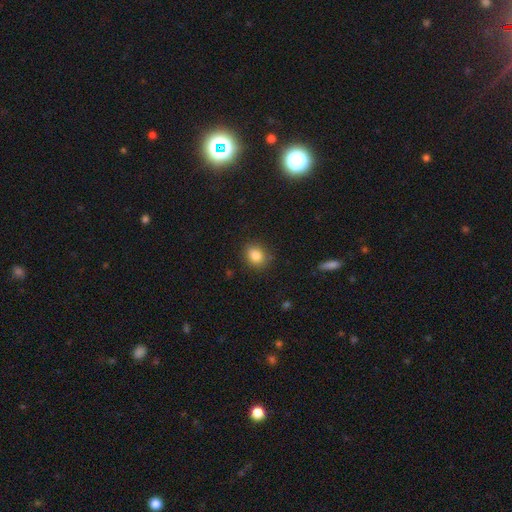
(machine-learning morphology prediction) This appears to be a smooth galaxy with no disk features (84%) that is round (60%). Merging: none (87%).